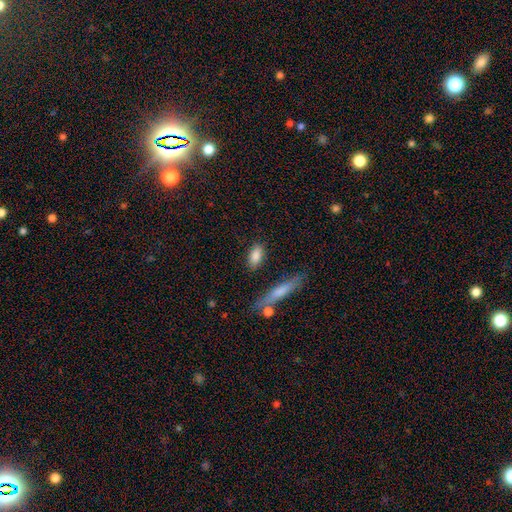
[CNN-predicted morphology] smooth-or-featured: smooth: 84% | featured or disk: 9% | star or artifact: 7%
  how-rounded: in between: 79% | cigar-shaped: 17% | round: 5%
  merging: none: 80% | minor disturbance: 13% | merger: 4% | major disturbance: 4%